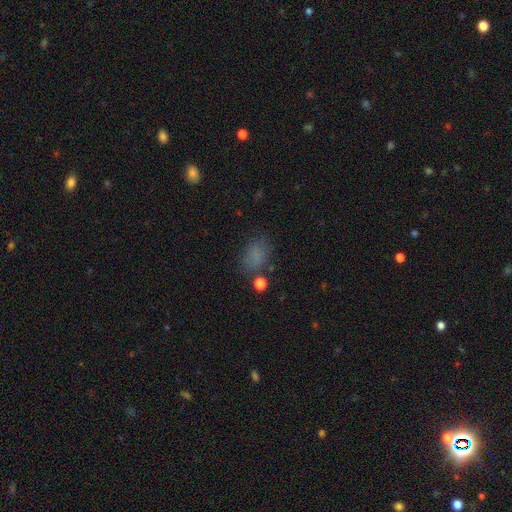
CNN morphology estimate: Smooth or featured?
  - smooth: 75% *
  - star or artifact: 17%
  - featured or disk: 8%
How rounded?
  - in between: 75% *
  - round: 23%
  - cigar-shaped: 2%
Merging?
  - none: 68% *
  - minor disturbance: 19%
  - major disturbance: 9%
  - merger: 5%